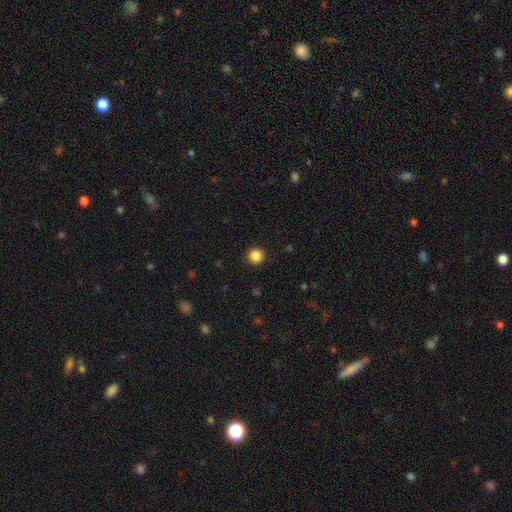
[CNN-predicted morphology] Smooth or featured? smooth (86%)
How rounded? round (95%)
Merging? none (92%)